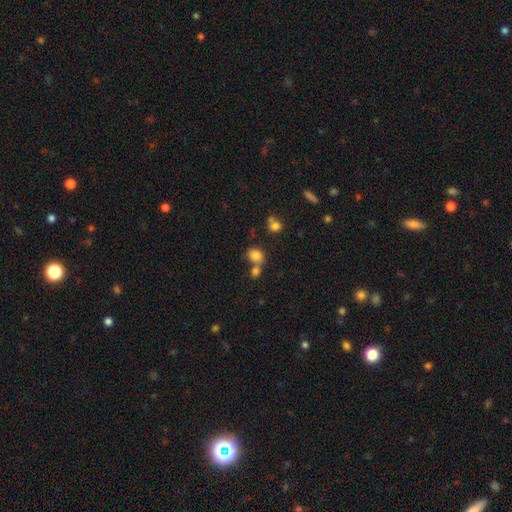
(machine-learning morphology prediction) A smooth galaxy with no disk features (81%) that is round (59%).

Vote fractions:
- Smooth or featured? smooth: 81% / star or artifact: 12% / featured or disk: 7%
- How rounded? round: 59% / in between: 40% / cigar-shaped: 1%
- Merging? none: 51% / merger: 34% / minor disturbance: 10% / major disturbance: 4%